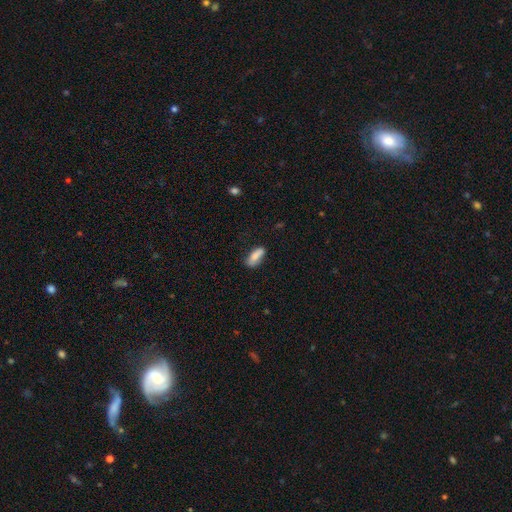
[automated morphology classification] Smooth or featured? Predicted: smooth (p=0.79). How rounded? Predicted: in between (p=0.72). Merging? Predicted: none (p=0.65).